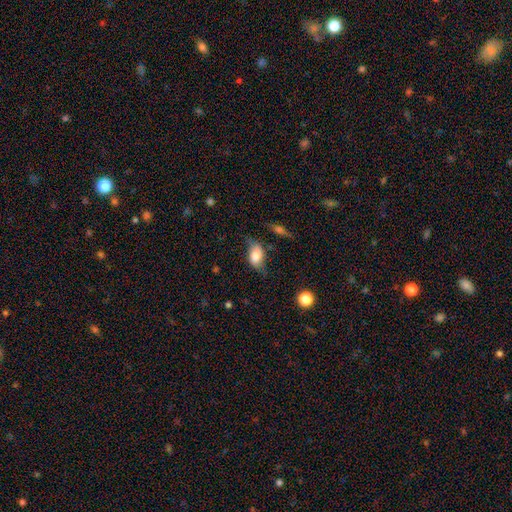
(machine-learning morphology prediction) The model was most divided on "merging": none: 51%, minor disturbance: 32%, major disturbance: 13%, merger: 4%. More confident: how rounded — in between (88%); smooth or featured — smooth (68%).